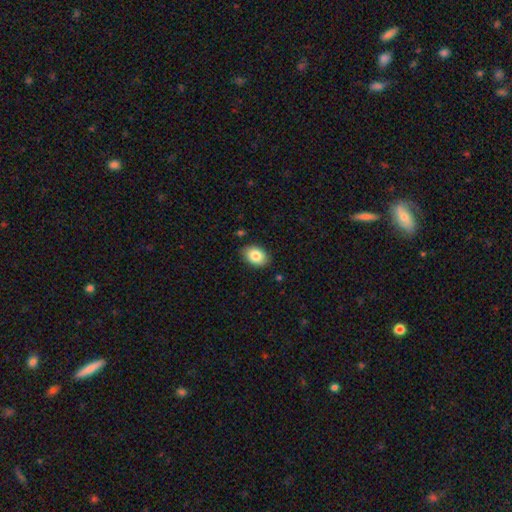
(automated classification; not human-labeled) Smooth or featured? Predicted: smooth (p=0.85). How rounded? Predicted: in between (p=0.82). Merging? Predicted: none (p=0.86).